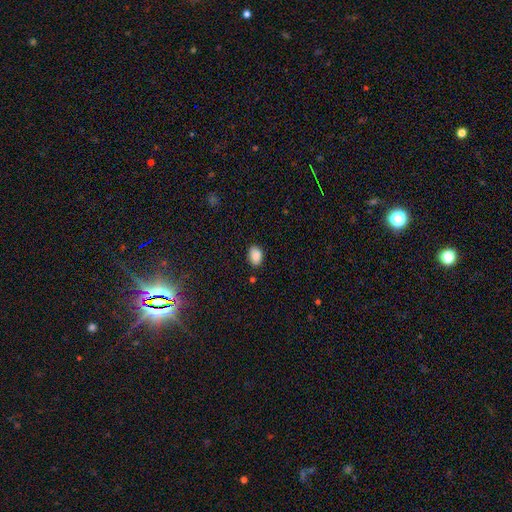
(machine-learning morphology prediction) smooth 89%, star or artifact 8%, featured or disk 3%. Down the decision tree: how rounded — in between (86%); merging — none (83%).